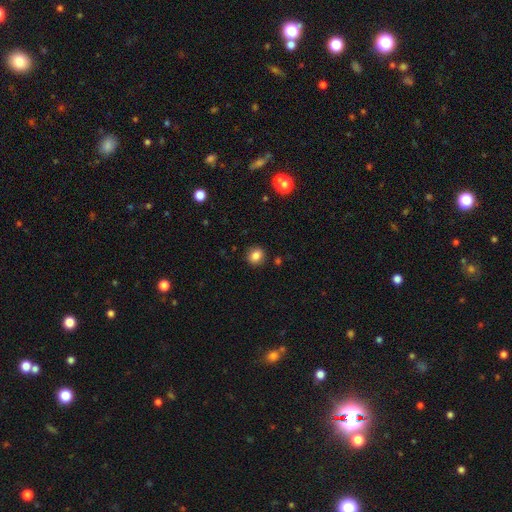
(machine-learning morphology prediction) A smooth galaxy with no disk features (84%) that is round (77%). Merging: none (89%).